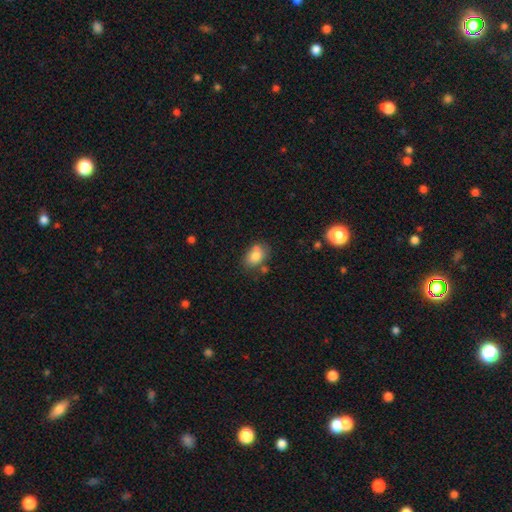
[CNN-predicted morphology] Smooth or featured? smooth (80%)
How rounded? in between (80%)
Merging? none (63%)